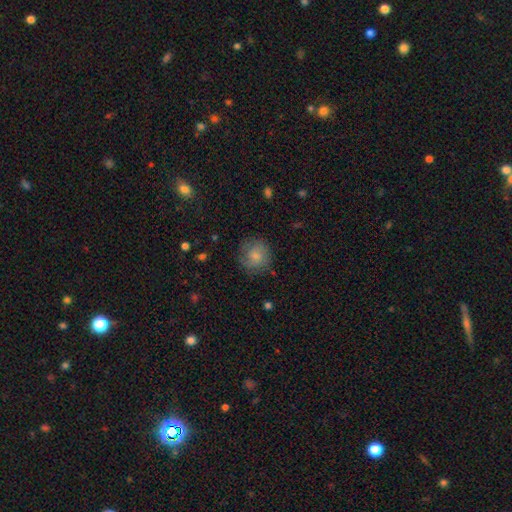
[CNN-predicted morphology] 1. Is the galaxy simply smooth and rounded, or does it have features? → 72% smooth, 20% featured or disk, 8% star or artifact.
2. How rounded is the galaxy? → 88% round, 11% in between, 1% cigar-shaped.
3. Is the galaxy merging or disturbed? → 75% none, 17% minor disturbance, 6% major disturbance, 1% merger.